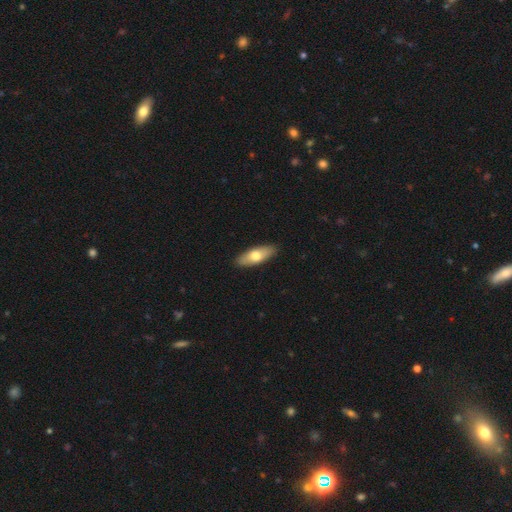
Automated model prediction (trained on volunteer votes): smooth_or_featured: smooth (p=0.69) [alt: featured or disk p=0.25]
how_rounded: in between (p=0.65) [alt: cigar-shaped p=0.32]
merging: none (p=0.90) [alt: minor disturbance p=0.07]